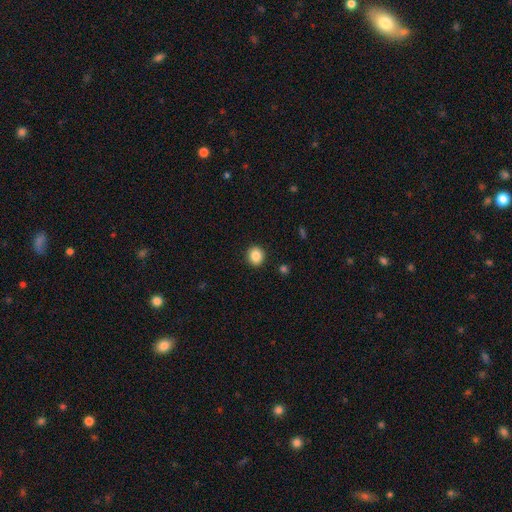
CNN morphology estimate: This is clearly a smooth galaxy (86%). How rounded: clearly round (85%). Merging: clearly none (92%).